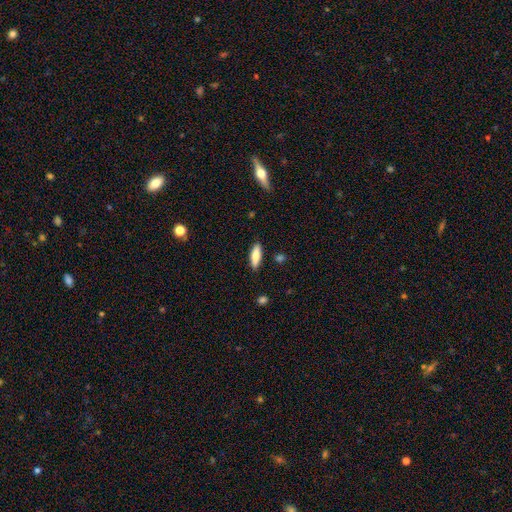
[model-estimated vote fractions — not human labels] Smooth or featured? smooth (75%)
How rounded? in between (49%, tied with cigar-shaped)
Merging? none (87%)